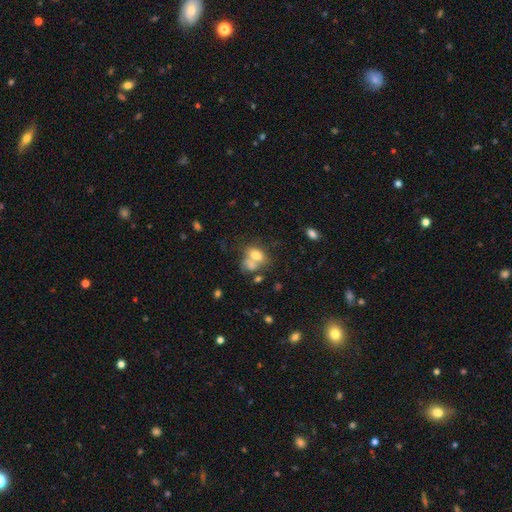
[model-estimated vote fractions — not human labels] smooth-or-featured: smooth: 72% | featured or disk: 17% | star or artifact: 10%
  how-rounded: in between: 78% | round: 19% | cigar-shaped: 3%
  merging: merger: 48% | none: 32% | minor disturbance: 13% | major disturbance: 8%